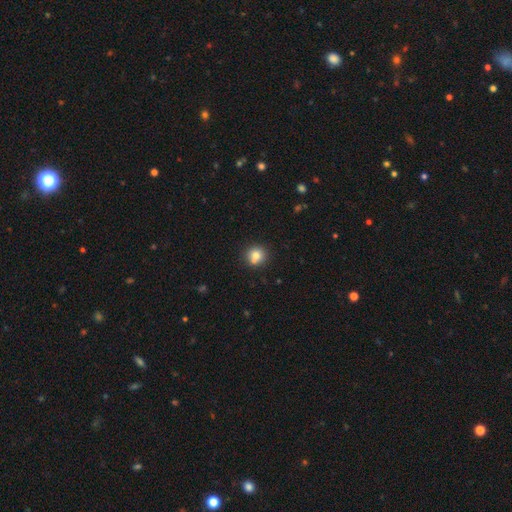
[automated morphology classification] smooth_or_featured: smooth (p=0.76) [alt: featured or disk p=0.13]
how_rounded: round (p=0.89) [alt: in between p=0.10]
merging: none (p=0.63) [alt: merger p=0.24]